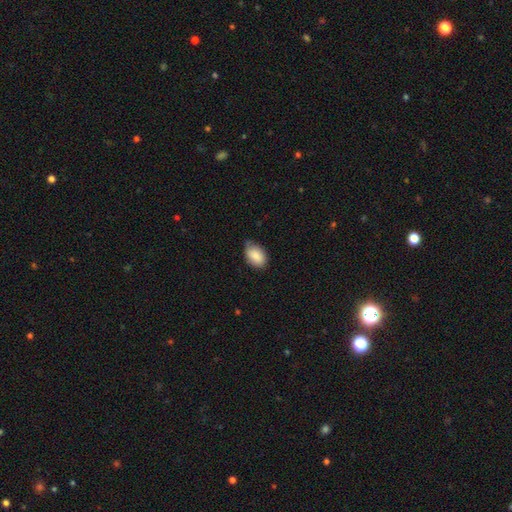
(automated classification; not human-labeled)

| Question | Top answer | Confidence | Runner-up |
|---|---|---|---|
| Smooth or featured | smooth | 85% | featured or disk (9%) |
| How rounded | in between | 87% | round (11%) |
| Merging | none | 60% | minor disturbance (34%) |